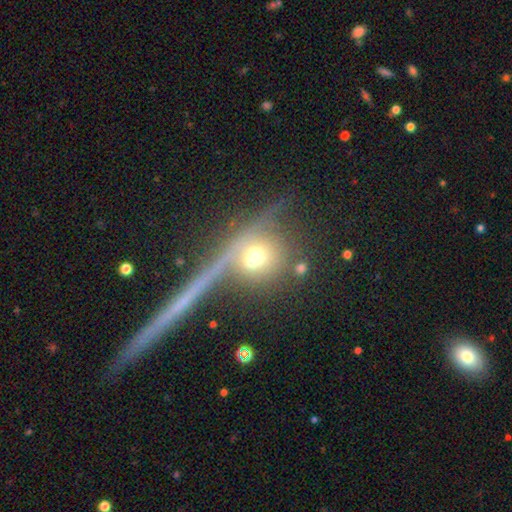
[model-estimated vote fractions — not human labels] This is possibly a smooth galaxy (46%). Merging: possibly none (51%).